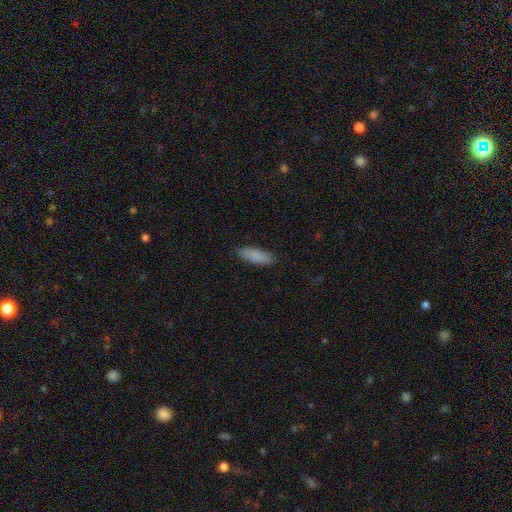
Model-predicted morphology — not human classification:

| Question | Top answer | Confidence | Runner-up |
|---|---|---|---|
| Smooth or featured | smooth | 87% | star or artifact (6%) |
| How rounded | in between | 56% | cigar-shaped (42%) |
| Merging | none | 87% | minor disturbance (10%) |